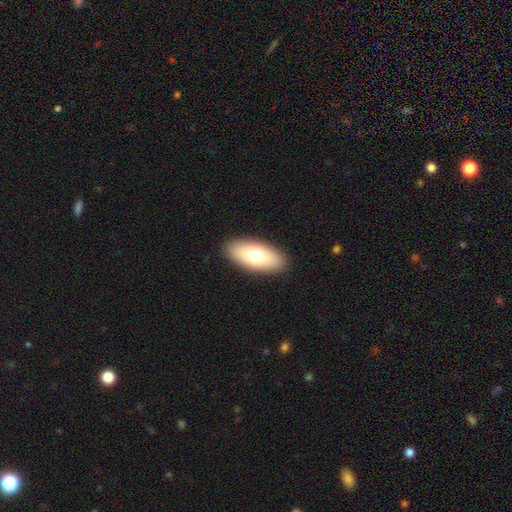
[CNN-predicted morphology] Smooth or featured? smooth (71%)
How rounded? in between (88%)
Merging? none (90%)